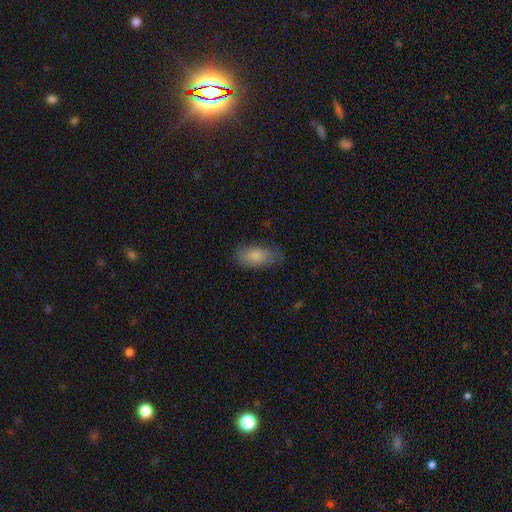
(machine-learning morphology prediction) smooth_or_featured: smooth (p=0.81) [alt: featured or disk p=0.13]
how_rounded: in between (p=0.92) [alt: round p=0.05]
merging: none (p=0.64) [alt: minor disturbance p=0.26]